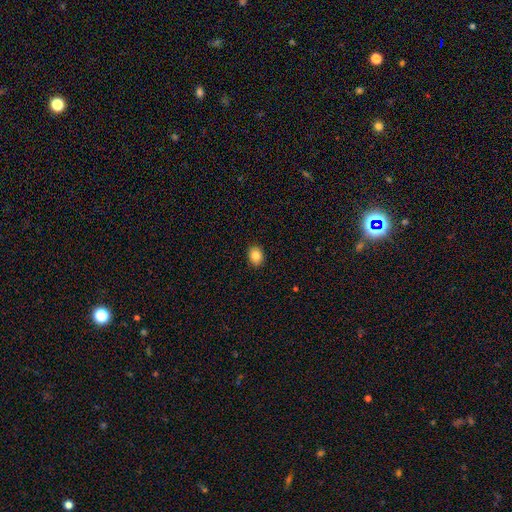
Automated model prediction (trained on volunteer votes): Q: Smooth or featured?
A: smooth (85%); runner-up: star or artifact (9%)
Q: How rounded?
A: in between (55%); runner-up: round (44%)
Q: Merging?
A: none (91%); runner-up: minor disturbance (7%)